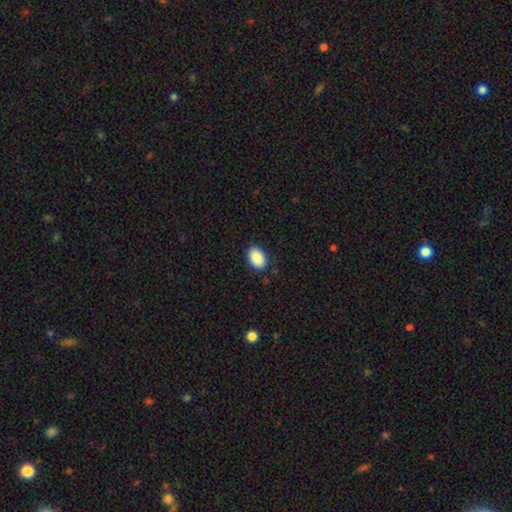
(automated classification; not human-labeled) Smooth or featured? smooth (90%)
How rounded? in between (89%)
Merging? none (87%)